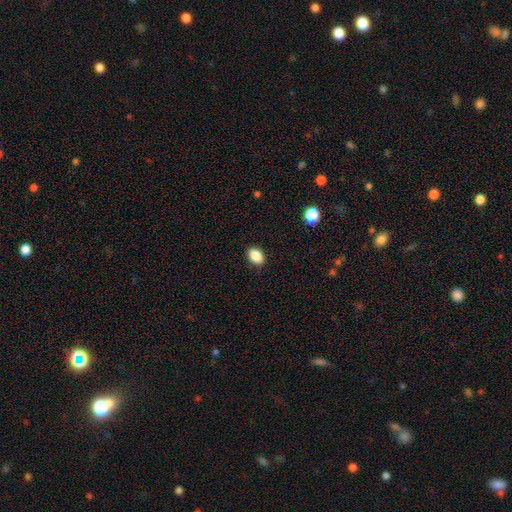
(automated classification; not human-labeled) smooth-or-featured: smooth: 87% | star or artifact: 9% | featured or disk: 4%
  how-rounded: in between: 87% | round: 12% | cigar-shaped: 1%
  merging: none: 89% | minor disturbance: 8% | major disturbance: 2% | merger: 1%